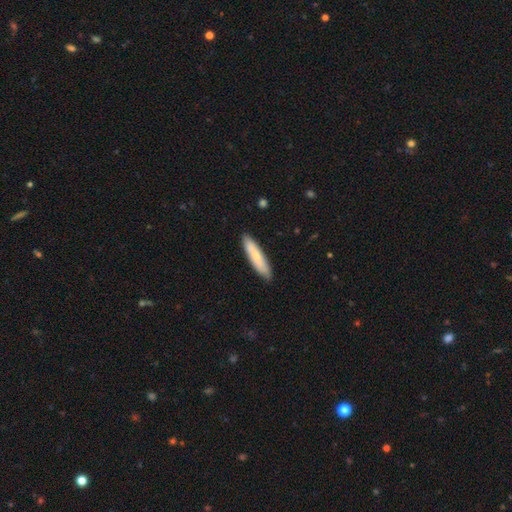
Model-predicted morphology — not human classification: type=smooth (69%); roundness=cigar-shaped (79%); merging=none (87%).